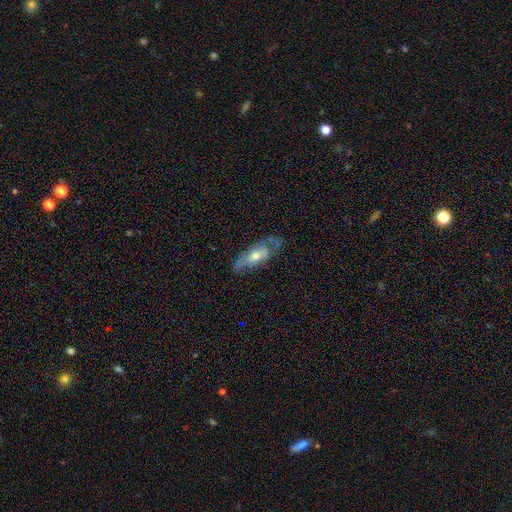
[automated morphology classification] smooth_or_featured: featured or disk (p=0.56) [alt: smooth p=0.38]
disk_edge_on: no (p=0.73) [alt: yes p=0.27]
merging: none (p=0.56) [alt: minor disturbance p=0.28]